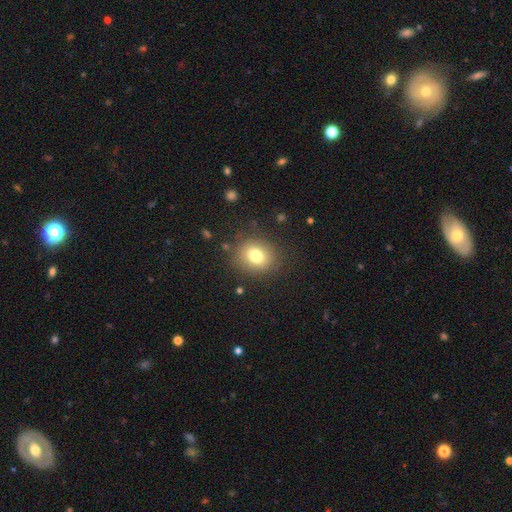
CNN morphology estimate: Smooth or featured: smooth — 77% (star or artifact — 12%)
How rounded: round — 68% (in between — 31%)
Merging: none — 83% (minor disturbance — 10%)